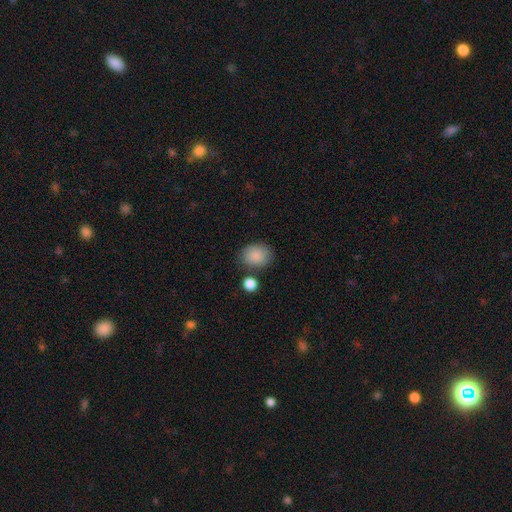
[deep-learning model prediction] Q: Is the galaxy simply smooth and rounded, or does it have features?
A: smooth — 88%.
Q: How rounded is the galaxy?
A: in between — 51%.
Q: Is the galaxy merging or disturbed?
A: none — 71%.